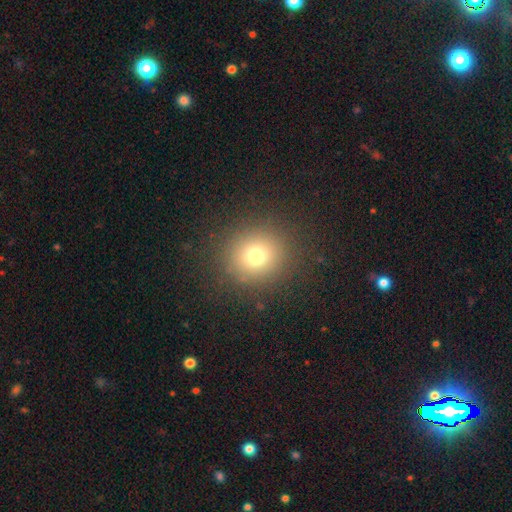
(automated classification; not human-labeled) Morphology: type=smooth (73%); roundness=round (88%); merging=none (88%).